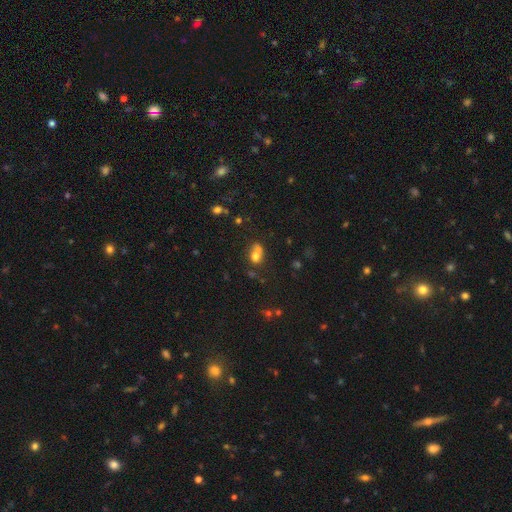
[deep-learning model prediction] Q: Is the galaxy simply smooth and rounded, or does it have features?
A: smooth — 69%.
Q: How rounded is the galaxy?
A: round — 58%.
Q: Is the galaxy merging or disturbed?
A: merger — 55%.